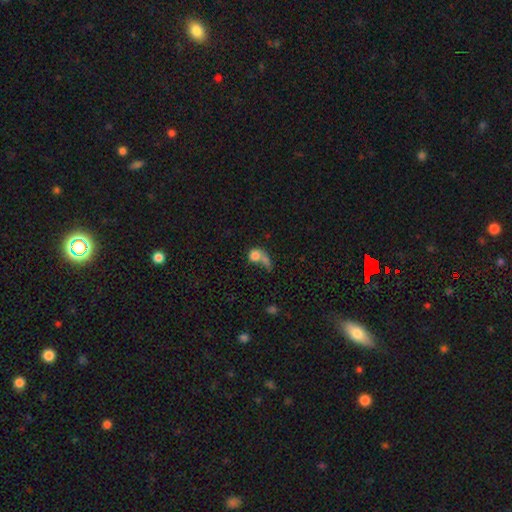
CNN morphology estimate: smooth-or-featured: smooth: 74% | featured or disk: 16% | star or artifact: 10%
  how-rounded: round: 70% | in between: 27% | cigar-shaped: 3%
  merging: merger: 45% | none: 24% | major disturbance: 19% | minor disturbance: 11%